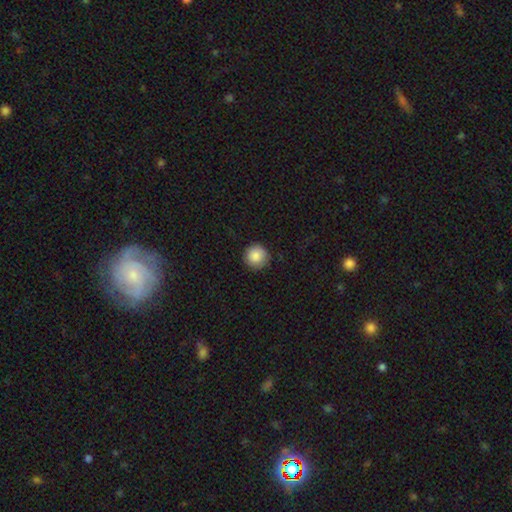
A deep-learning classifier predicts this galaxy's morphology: Overall: smooth (87%). How rounded: round (96%). Merging: none (88%).